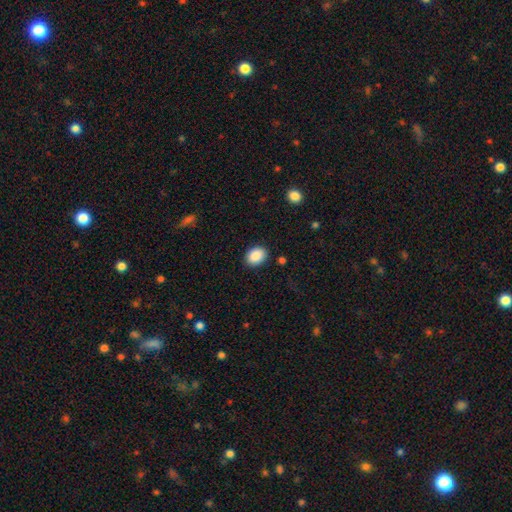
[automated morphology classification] The model was most divided on "how rounded": in between: 62%, round: 37%, cigar-shaped: 1%. More confident: smooth or featured — smooth (89%); merging — none (88%).